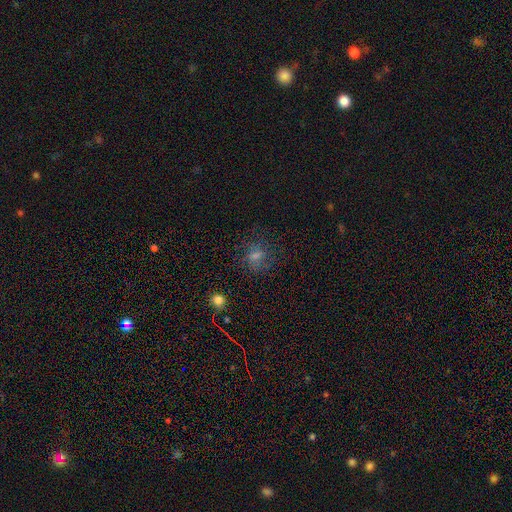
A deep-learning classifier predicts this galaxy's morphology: smooth-or-featured: smooth: 46% | star or artifact: 33% | featured or disk: 21%
  merging: none: 77% | minor disturbance: 14% | major disturbance: 7% | merger: 2%